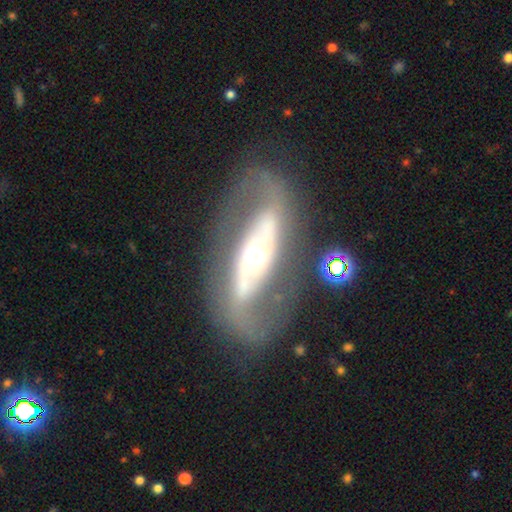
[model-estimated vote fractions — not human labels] This is clearly a featured or disk galaxy (84%). It is clearly not viewed edge-on (90%). Bar: marginally strong (40%). Spiral arm pattern: clearly yes (82%). Spiral arm count: clearly 2 (89%). Spiral winding: marginally medium (43%). Central bulge: likely moderate (60%). Merging: likely none (71%).